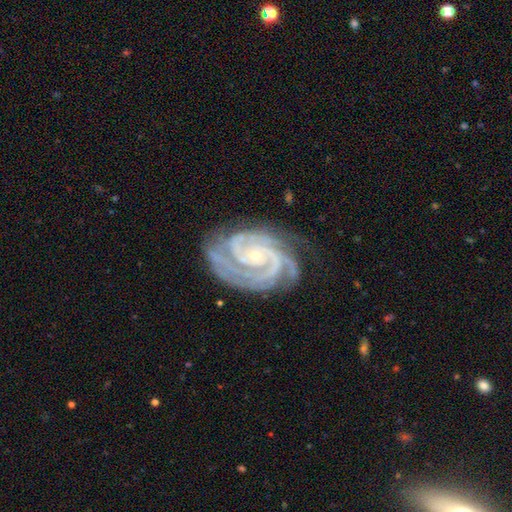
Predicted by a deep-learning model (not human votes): Q: Smooth or featured?
A: featured or disk (92%); runner-up: star or artifact (5%)
Q: Edge-on disk?
A: no (98%); runner-up: yes (2%)
Q: Bar?
A: no (69%); runner-up: weak (21%)
Q: Spiral arms?
A: yes (99%); runner-up: no (1%)
Q: Spiral winding?
A: tight (74%); runner-up: medium (24%)
Q: Spiral arm count?
A: 3 (38%); runner-up: 4 (20%)
Q: Bulge size?
A: small (83%); runner-up: moderate (14%)
Q: Merging?
A: none (72%); runner-up: minor disturbance (20%)